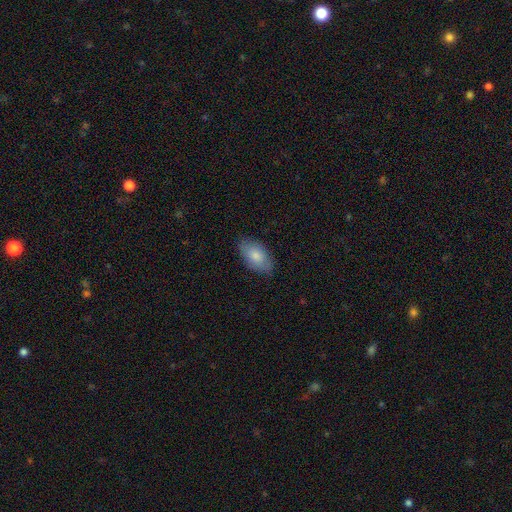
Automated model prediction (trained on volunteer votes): Smooth or featured? smooth (83%)
How rounded? in between (94%)
Merging? none (83%)